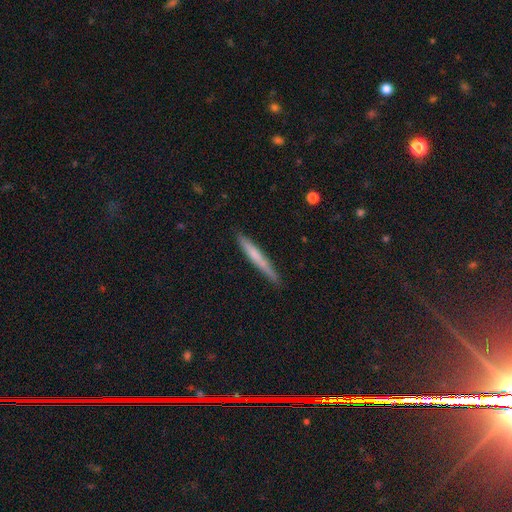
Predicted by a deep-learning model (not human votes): The model was most divided on "smooth or featured": smooth: 63%, featured or disk: 31%, star or artifact: 6%. More confident: how rounded — cigar-shaped (96%); merging — none (85%).